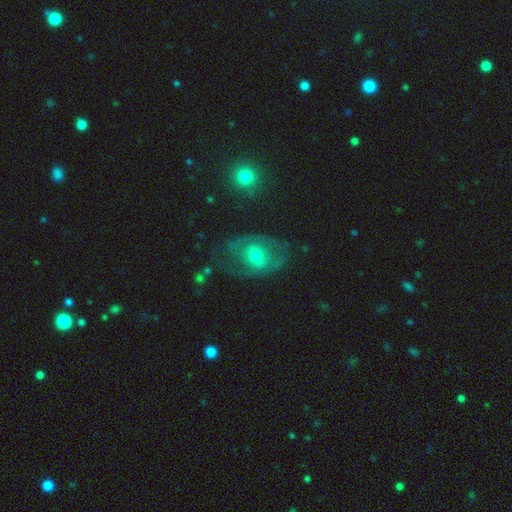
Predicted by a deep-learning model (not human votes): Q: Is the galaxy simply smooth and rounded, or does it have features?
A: featured or disk — 60%.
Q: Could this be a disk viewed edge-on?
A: no — 95%.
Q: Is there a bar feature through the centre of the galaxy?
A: no — 61%.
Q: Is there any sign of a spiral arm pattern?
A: yes — 55%.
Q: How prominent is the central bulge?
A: moderate — 58%.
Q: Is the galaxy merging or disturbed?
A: none — 54%.